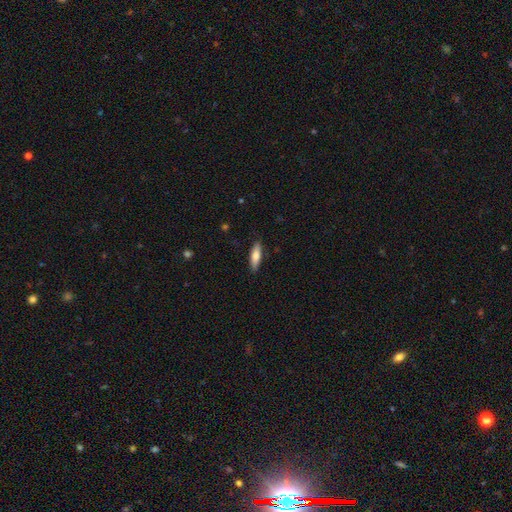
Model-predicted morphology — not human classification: Overall: smooth (73%). How rounded: cigar-shaped (57%; in between 42%). Merging: none (87%).